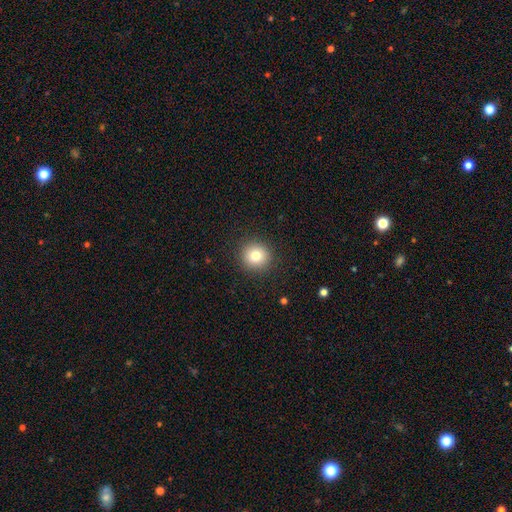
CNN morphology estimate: A smooth galaxy with no disk features (80%) that is round (93%). Merging: none (91%).